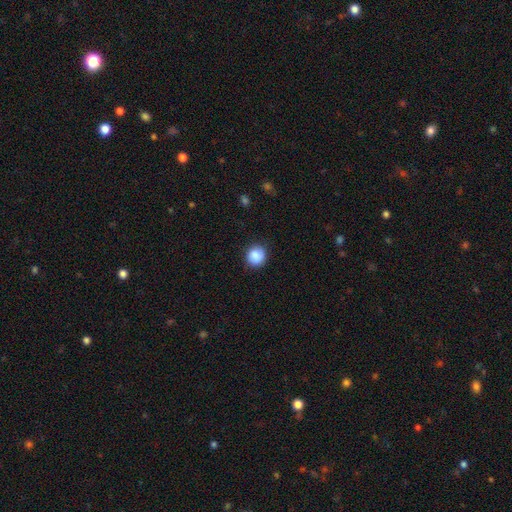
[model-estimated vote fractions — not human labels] Morphology: type=smooth (87%); roundness=round (87%); merging=none (85%).